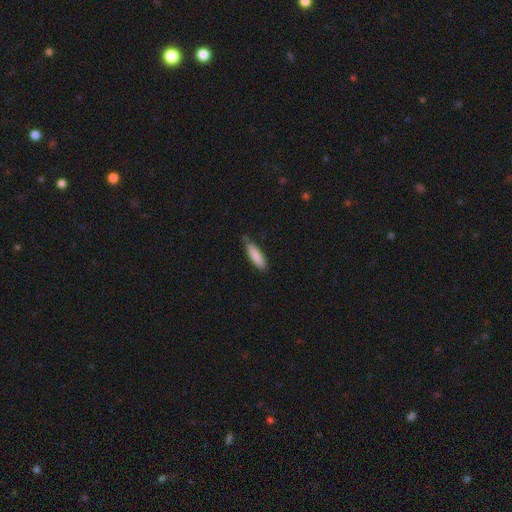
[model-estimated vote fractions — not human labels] Smooth or featured? smooth (87%)
How rounded? cigar-shaped (60%)
Merging? none (73%)